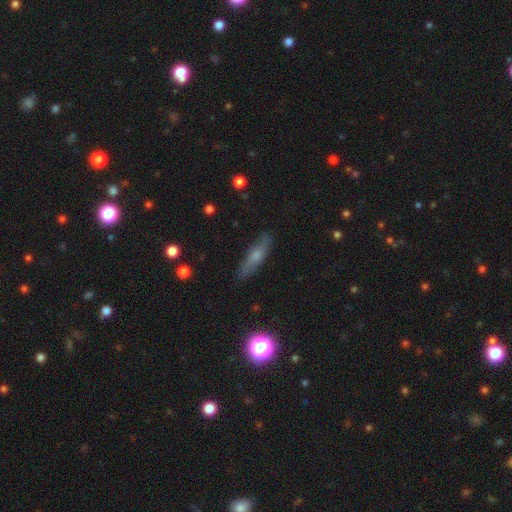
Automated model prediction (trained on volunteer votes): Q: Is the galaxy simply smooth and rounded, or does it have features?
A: smooth — 52%.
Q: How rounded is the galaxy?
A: cigar-shaped — 68%.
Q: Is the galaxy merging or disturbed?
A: none — 82%.